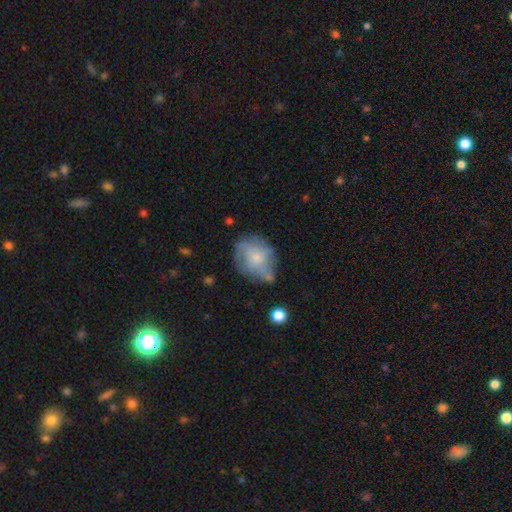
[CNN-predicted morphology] smooth_or_featured: smooth (p=0.56) [alt: featured or disk p=0.35]
how_rounded: in between (p=0.56) [alt: round p=0.43]
merging: none (p=0.49) [alt: minor disturbance p=0.31]